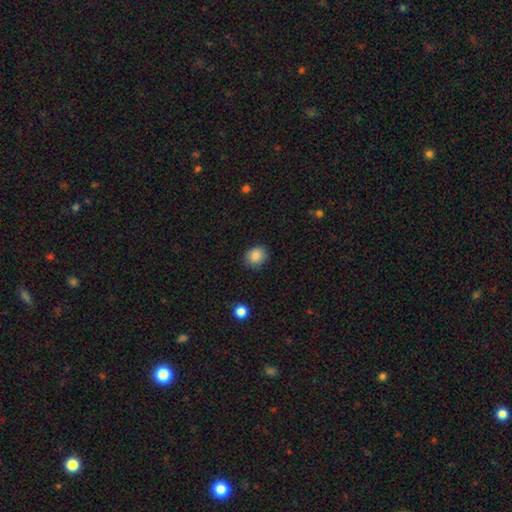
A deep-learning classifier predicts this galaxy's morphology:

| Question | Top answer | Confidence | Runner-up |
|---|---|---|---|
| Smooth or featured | smooth | 86% | star or artifact (9%) |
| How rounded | round | 69% | in between (31%) |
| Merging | none | 86% | minor disturbance (11%) |